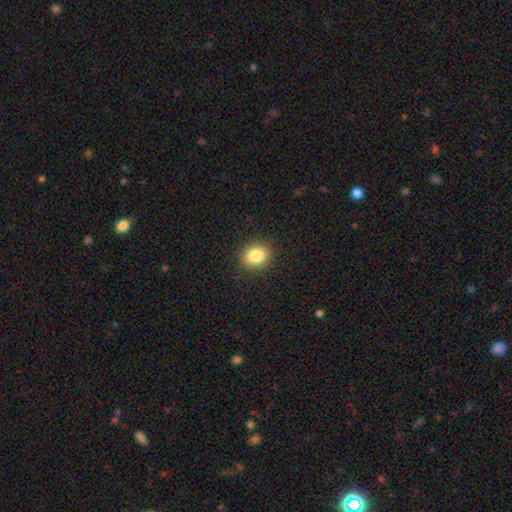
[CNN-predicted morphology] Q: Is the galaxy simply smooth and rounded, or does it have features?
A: smooth — 83%.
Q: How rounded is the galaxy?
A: round — 64%.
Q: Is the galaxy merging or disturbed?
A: none — 89%.